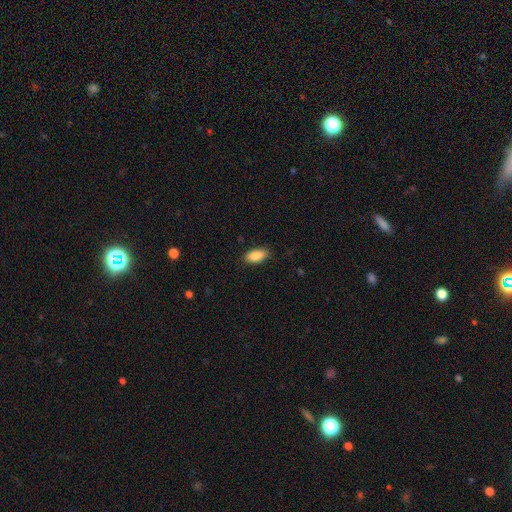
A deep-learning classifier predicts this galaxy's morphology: Q: Smooth or featured?
A: smooth (87%); runner-up: star or artifact (7%)
Q: How rounded?
A: in between (91%); runner-up: cigar-shaped (6%)
Q: Merging?
A: none (86%); runner-up: minor disturbance (11%)